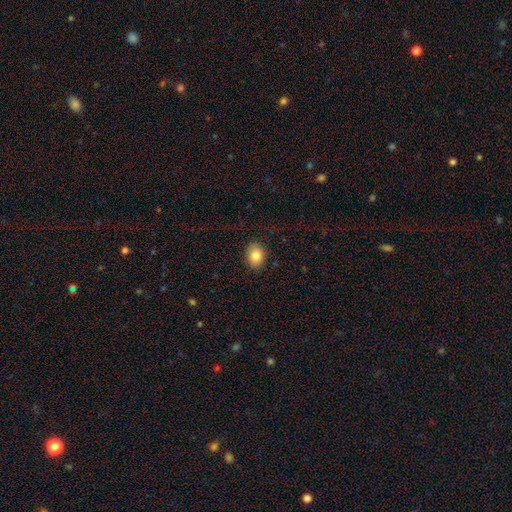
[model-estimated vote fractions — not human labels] This is clearly a smooth galaxy (83%). How rounded: likely in between (61%). Merging: clearly none (88%).